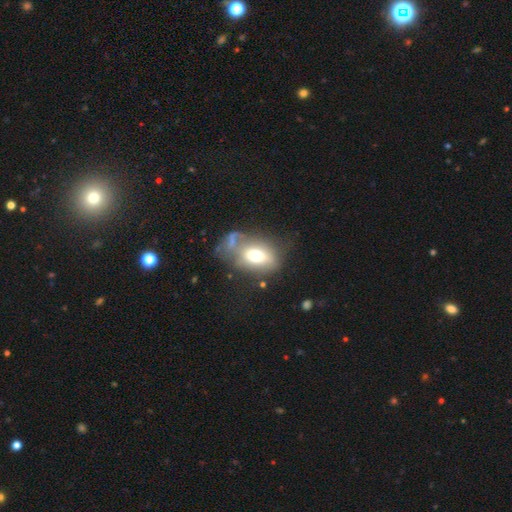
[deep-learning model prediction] Smooth or featured? smooth (64%)
How rounded? in between (77%)
Merging? none (38%)